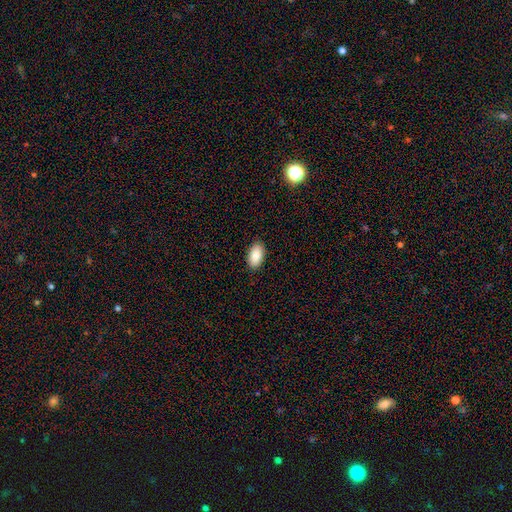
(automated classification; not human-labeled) A smooth galaxy with no disk features (86%) that is in between round and cigar-shaped (95%). Merging: none (89%).